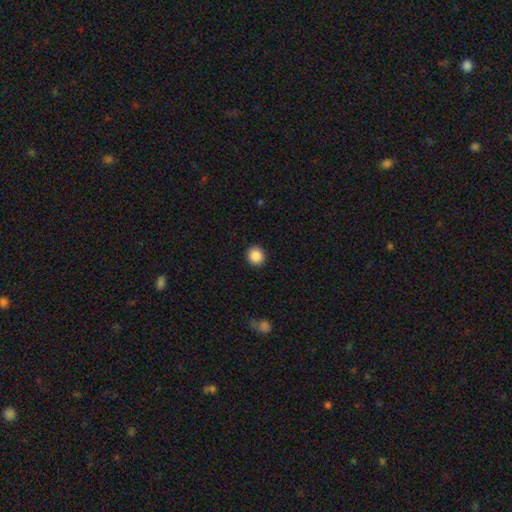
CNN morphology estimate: This appears to be a smooth galaxy with no disk features (87%) that is round (89%). Merging: none (92%).